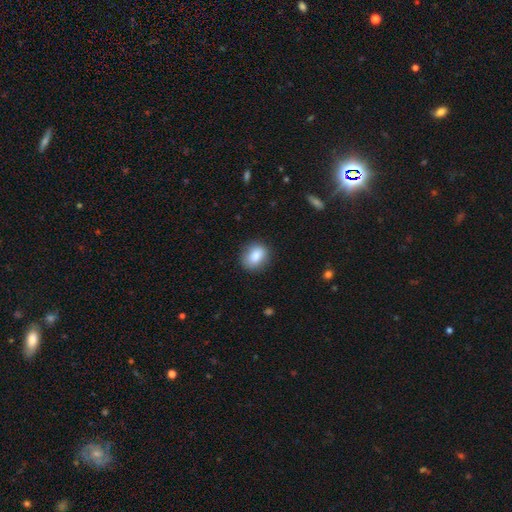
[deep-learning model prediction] This appears to be a smooth galaxy with no disk features (84%) that is in between round and cigar-shaped (54%). Merging: none (85%).